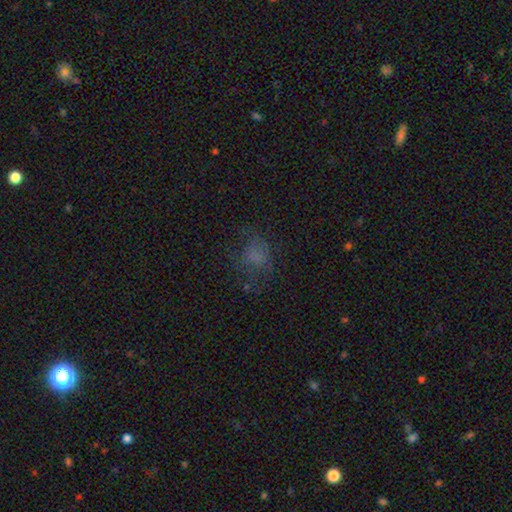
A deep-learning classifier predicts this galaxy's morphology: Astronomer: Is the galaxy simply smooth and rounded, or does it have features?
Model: smooth — 60%.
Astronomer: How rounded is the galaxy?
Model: round — 60% (runner-up: in between, 38%).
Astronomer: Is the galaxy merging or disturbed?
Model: none — 57%.